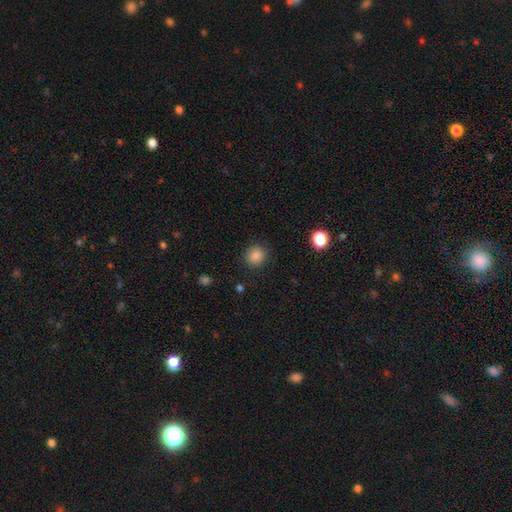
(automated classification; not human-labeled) Smooth or featured: smooth — 86% (star or artifact — 11%)
How rounded: round — 88% (in between — 11%)
Merging: none — 87% (minor disturbance — 8%)